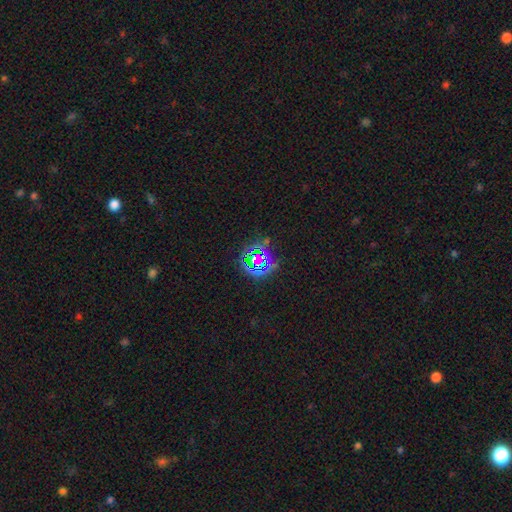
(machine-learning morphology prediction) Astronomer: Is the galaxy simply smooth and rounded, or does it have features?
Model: star or artifact — 76%.